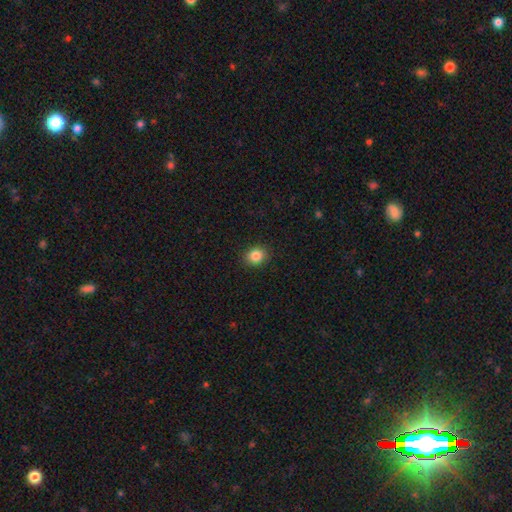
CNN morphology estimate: smooth 85%, star or artifact 10%, featured or disk 5%. Down the decision tree: how rounded — round (66%); merging — none (90%).